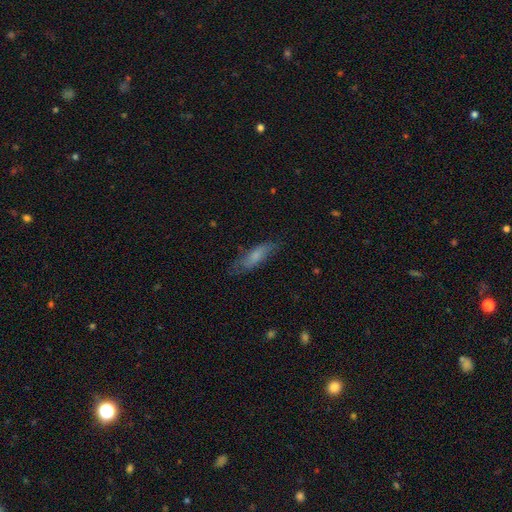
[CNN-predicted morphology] This is likely a smooth galaxy (67%). How rounded: possibly cigar-shaped (56%). Merging: likely none (70%).